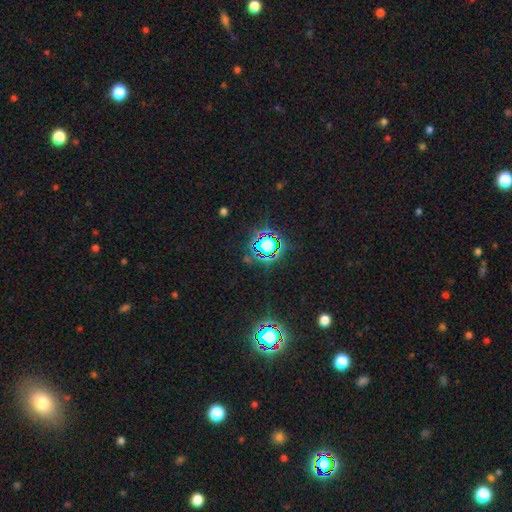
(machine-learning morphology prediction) star or artifact 82%, smooth 11%, featured or disk 7%.